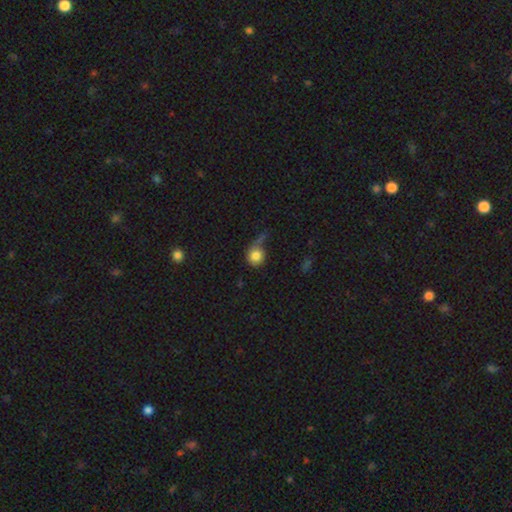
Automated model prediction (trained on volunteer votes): smooth 78%, featured or disk 13%, star or artifact 9%. Down the decision tree: how rounded — round (84%); merging — major disturbance (34%).